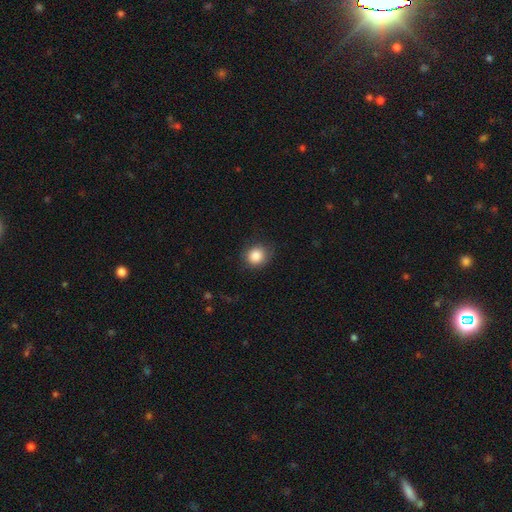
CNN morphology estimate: Overall: smooth (86%). How rounded: round (80%). Merging: none (79%).